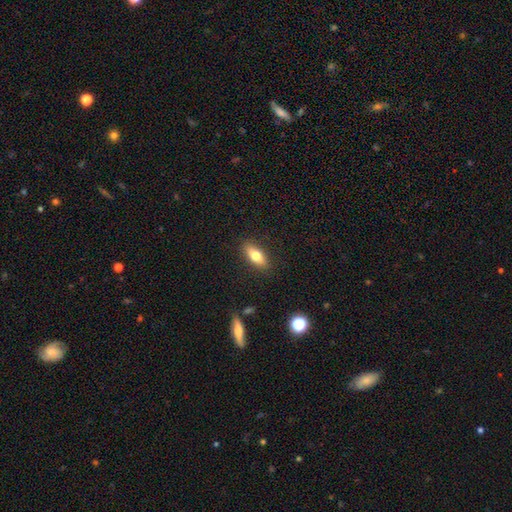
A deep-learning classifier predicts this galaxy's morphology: A smooth galaxy with no disk features (73%) that is in between round and cigar-shaped (73%).

Vote fractions:
- Smooth or featured? smooth: 73% / featured or disk: 20% / star or artifact: 7%
- How rounded? in between: 73% / cigar-shaped: 24% / round: 4%
- Merging? none: 87% / minor disturbance: 9% / major disturbance: 2% / merger: 1%